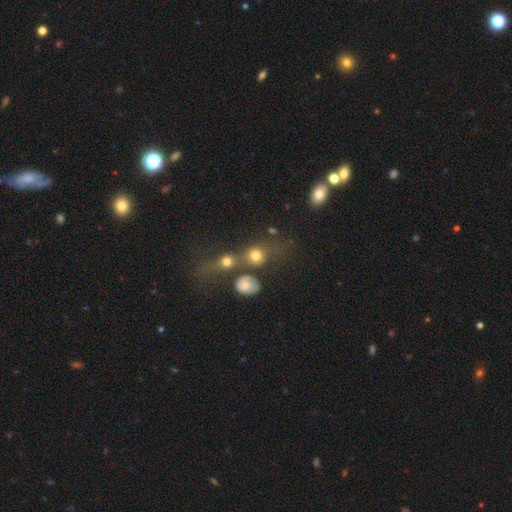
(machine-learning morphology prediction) smooth_or_featured: smooth (p=0.75) [alt: star or artifact p=0.13]
how_rounded: round (p=0.80) [alt: in between p=0.18]
merging: merger (p=0.41) [alt: none p=0.38]